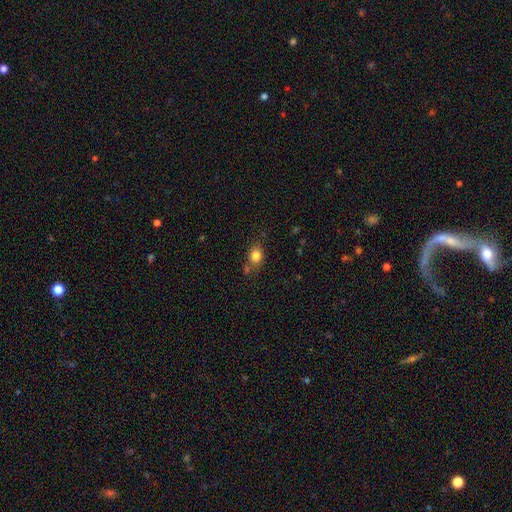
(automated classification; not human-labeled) Q: Smooth or featured?
A: smooth (83%); runner-up: star or artifact (10%)
Q: How rounded?
A: in between (55%); runner-up: round (44%)
Q: Merging?
A: none (67%); runner-up: minor disturbance (17%)